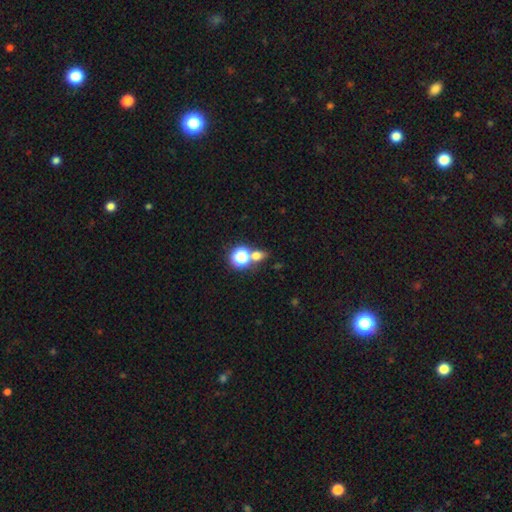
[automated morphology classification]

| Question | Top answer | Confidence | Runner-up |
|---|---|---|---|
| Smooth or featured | smooth | 61% | star or artifact (29%) |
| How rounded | round | 57% | in between (40%) |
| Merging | none | 58% | merger (29%) |